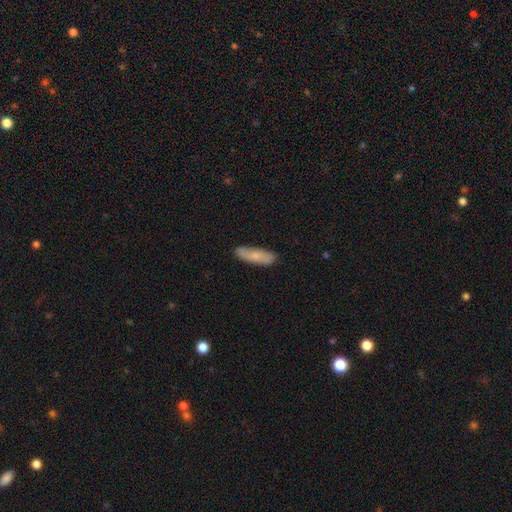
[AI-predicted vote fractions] smooth_or_featured: smooth (p=0.75) [alt: featured or disk p=0.19]
how_rounded: cigar-shaped (p=0.57) [alt: in between p=0.41]
merging: none (p=0.86) [alt: minor disturbance p=0.11]